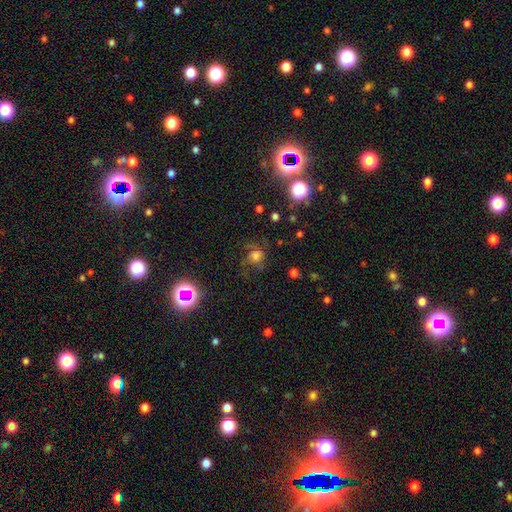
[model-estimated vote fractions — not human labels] smooth_or_featured: smooth (p=0.43) [alt: featured or disk p=0.33]
merging: none (p=0.64) [alt: minor disturbance p=0.17]